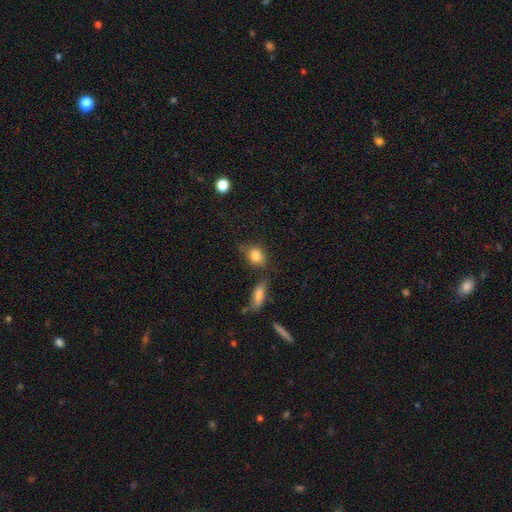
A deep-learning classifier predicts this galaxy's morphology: smooth_or_featured: smooth (p=0.83) [alt: star or artifact p=0.09]
how_rounded: in between (p=0.56) [alt: round p=0.41]
merging: none (p=0.65) [alt: minor disturbance p=0.18]